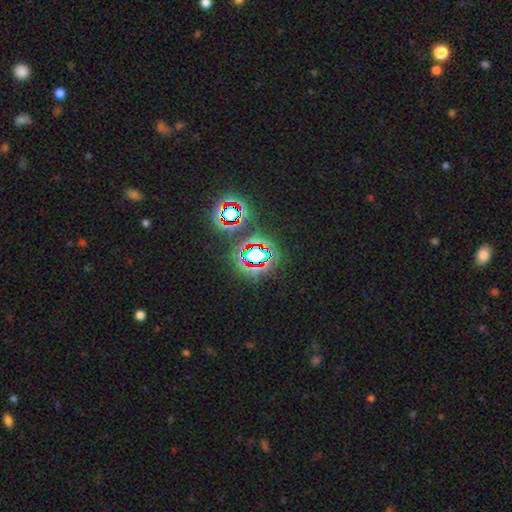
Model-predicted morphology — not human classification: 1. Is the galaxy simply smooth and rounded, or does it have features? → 68% star or artifact, 19% smooth, 14% featured or disk.